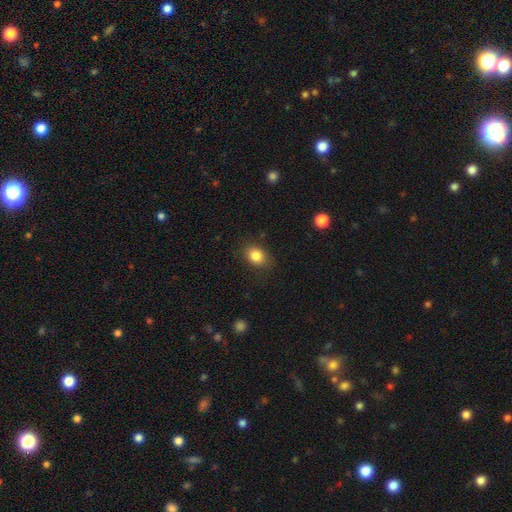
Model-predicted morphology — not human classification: smooth_or_featured: smooth (p=0.85) [alt: star or artifact p=0.09]
how_rounded: in between (p=0.59) [alt: round p=0.40]
merging: none (p=0.81) [alt: minor disturbance p=0.13]